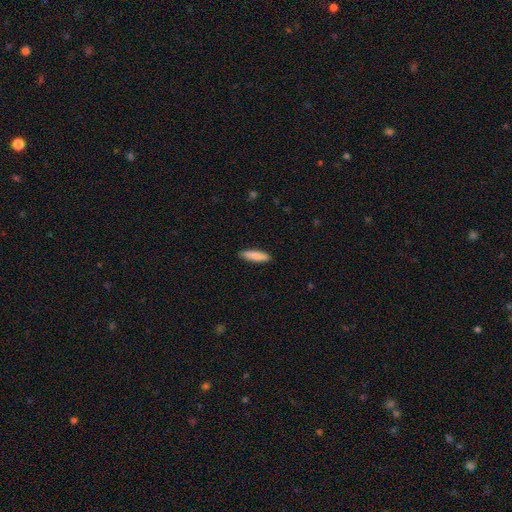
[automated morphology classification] This appears to be a smooth galaxy with no disk features (86%) that is cigar-shaped (67%). Merging: none (88%).